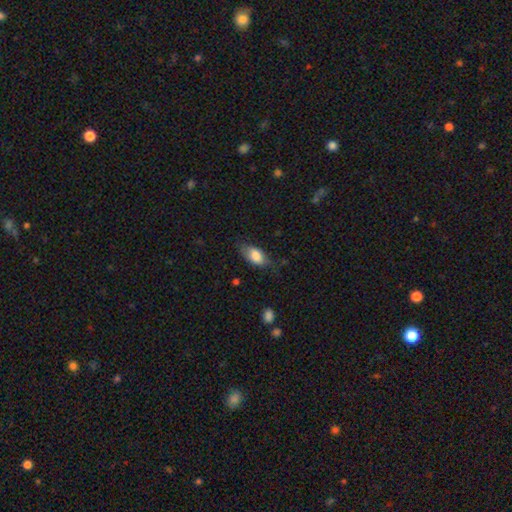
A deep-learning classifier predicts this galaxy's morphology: Smooth or featured: smooth — 77% (featured or disk — 16%)
How rounded: in between — 88% (cigar-shaped — 7%)
Merging: none — 62% (minor disturbance — 28%)